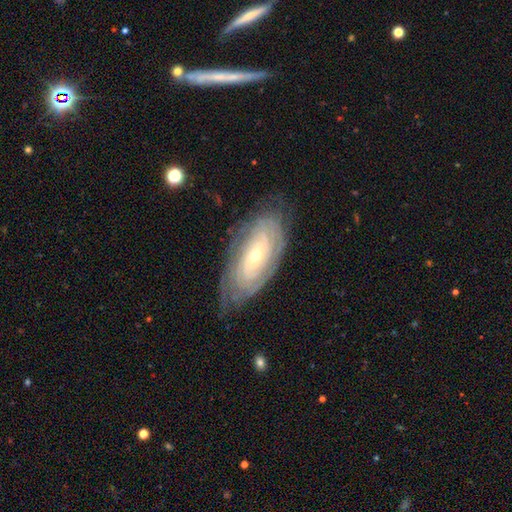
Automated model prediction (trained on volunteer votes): Smooth or featured: featured or disk — 77% (smooth — 16%)
Edge-on disk: no — 92% (yes — 8%)
Bar: no — 75% (weak — 18%)
Spiral arms: yes — 84% (no — 16%)
Spiral winding: tight — 82% (medium — 14%)
Spiral arm count: can't tell — 62% (2 — 13%)
Bulge size: small — 69% (moderate — 27%)
Merging: none — 72% (minor disturbance — 19%)